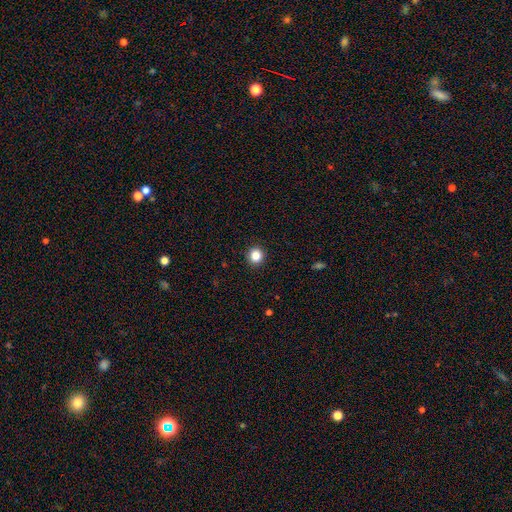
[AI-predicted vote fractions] The model was most divided on "smooth or featured": smooth: 85%, star or artifact: 11%, featured or disk: 4%. More confident: merging — none (93%); how rounded — round (91%).